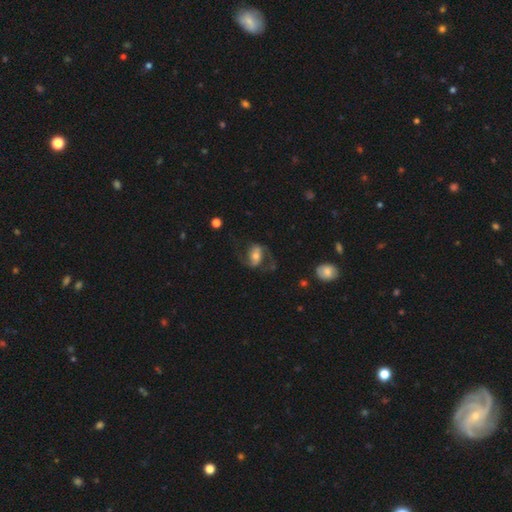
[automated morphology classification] Smooth or featured: featured or disk — 72% (smooth — 21%)
Edge-on disk: no — 96% (yes — 4%)
Bar: strong — 36% (tied with weak — 36%)
Spiral arms: yes — 90% (no — 10%)
Spiral winding: medium — 45% (loose — 44%)
Spiral arm count: 2 — 91% (can't tell — 4%)
Bulge size: moderate — 60% (small — 25%)
Merging: none — 64% (major disturbance — 18%)